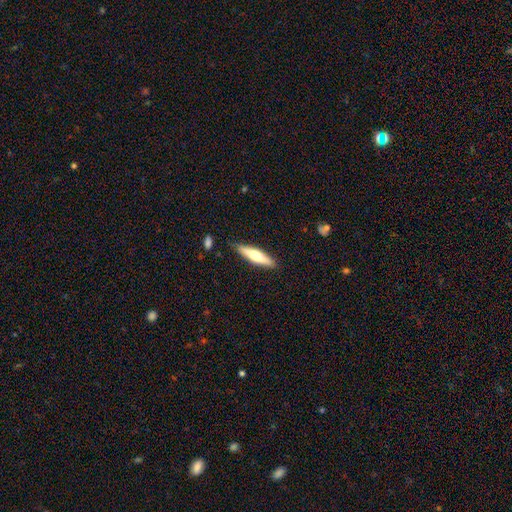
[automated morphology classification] smooth_or_featured: smooth (p=0.54) [alt: featured or disk p=0.41]
how_rounded: cigar-shaped (p=0.77) [alt: in between p=0.21]
merging: none (p=0.86) [alt: minor disturbance p=0.10]